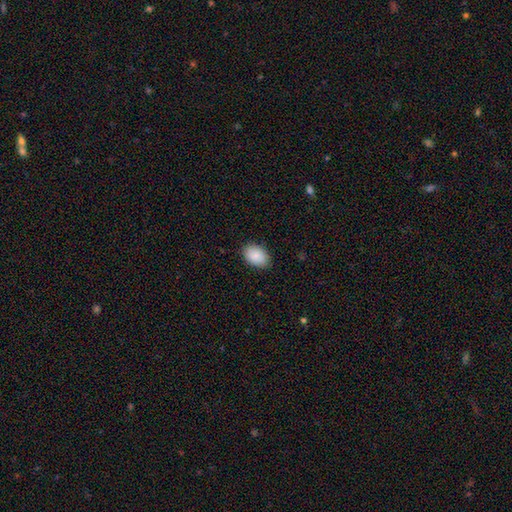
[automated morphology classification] Smooth or featured? Predicted: smooth (p=0.89). How rounded? Predicted: in between (p=0.86). Merging? Predicted: none (p=0.87).